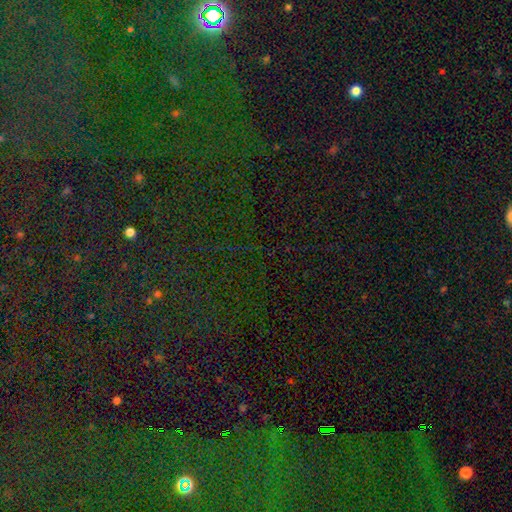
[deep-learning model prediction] This appears to be a star or artifact, not a galaxy (82%).